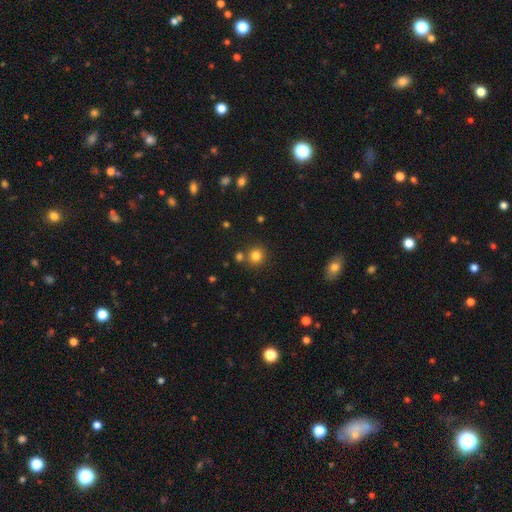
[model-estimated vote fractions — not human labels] The model was most divided on "merging": none: 77%, merger: 12%, minor disturbance: 8%, major disturbance: 3%. More confident: how rounded — round (90%); smooth or featured — smooth (81%).